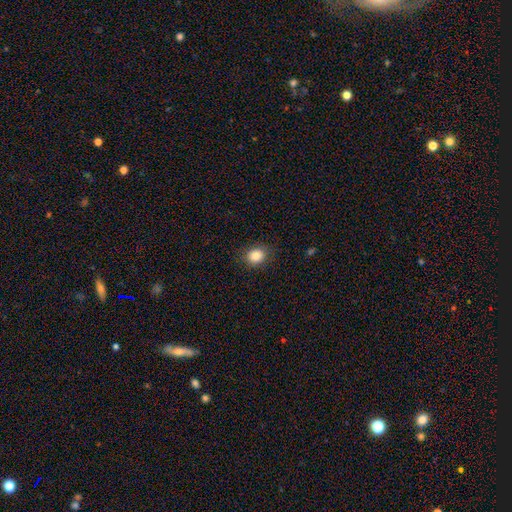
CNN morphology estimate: Smooth or featured: smooth — 85% (star or artifact — 10%)
How rounded: round — 64% (in between — 35%)
Merging: none — 86% (minor disturbance — 10%)